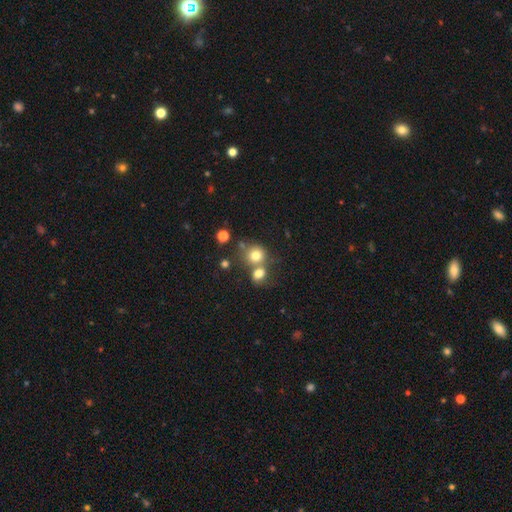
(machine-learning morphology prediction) type=smooth (77%); roundness=round (82%); merging=none (45%).